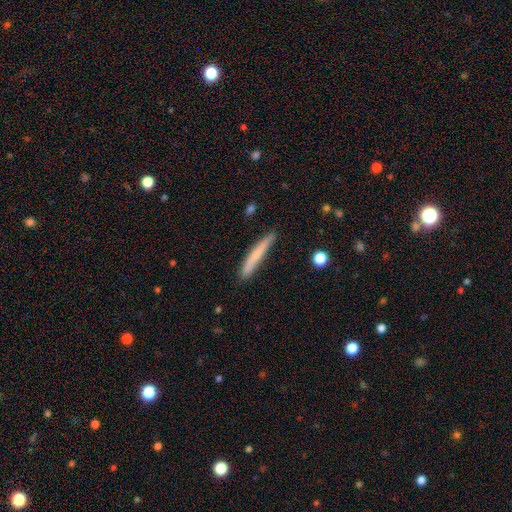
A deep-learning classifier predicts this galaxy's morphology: Smooth or featured? smooth (70%)
How rounded? cigar-shaped (95%)
Merging? none (83%)